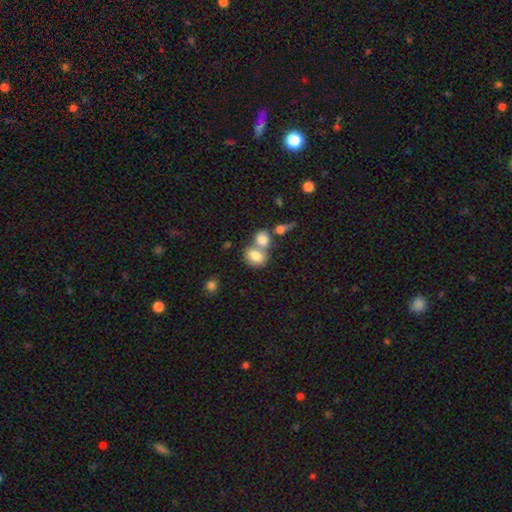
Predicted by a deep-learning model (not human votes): smooth-or-featured: smooth: 79% | featured or disk: 12% | star or artifact: 9%
  how-rounded: in between: 59% | round: 40% | cigar-shaped: 1%
  merging: merger: 51% | none: 36% | minor disturbance: 9% | major disturbance: 4%